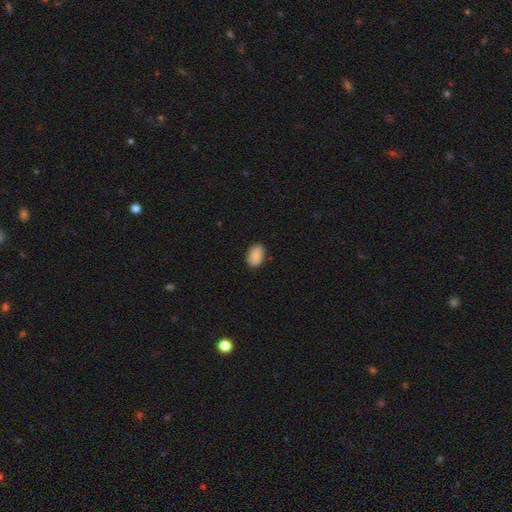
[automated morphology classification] The model was most divided on "merging": none: 84%, minor disturbance: 13%, major disturbance: 2%, merger: 1%. More confident: how rounded — in between (87%); smooth or featured — smooth (86%).